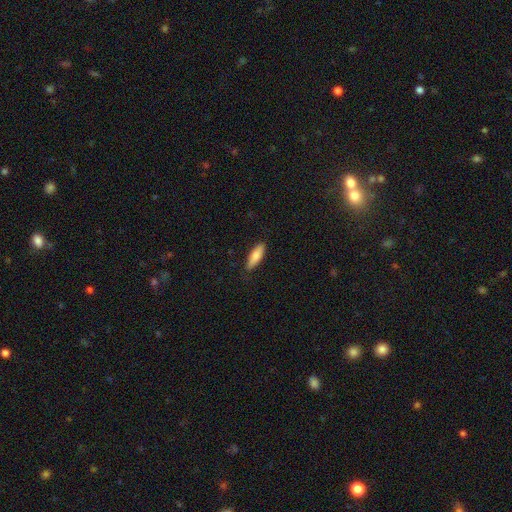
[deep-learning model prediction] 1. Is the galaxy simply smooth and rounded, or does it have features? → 81% smooth, 13% featured or disk, 6% star or artifact.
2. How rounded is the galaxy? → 53% in between, 45% cigar-shaped, 2% round.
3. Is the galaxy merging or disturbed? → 83% none, 13% minor disturbance, 2% major disturbance, 1% merger.